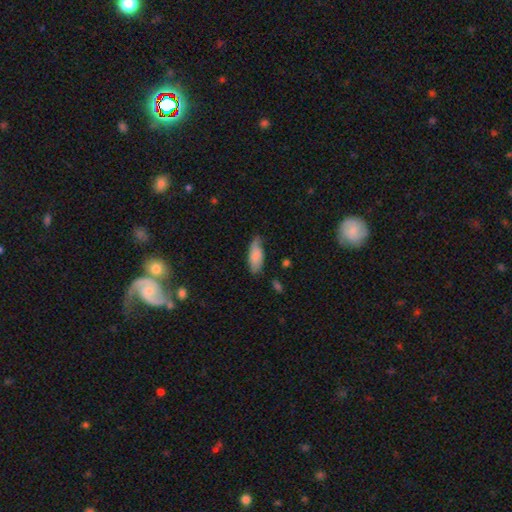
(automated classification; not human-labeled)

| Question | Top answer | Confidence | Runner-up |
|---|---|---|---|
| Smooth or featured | smooth | 79% | featured or disk (14%) |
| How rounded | in between | 81% | cigar-shaped (17%) |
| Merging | none | 56% | minor disturbance (34%) |